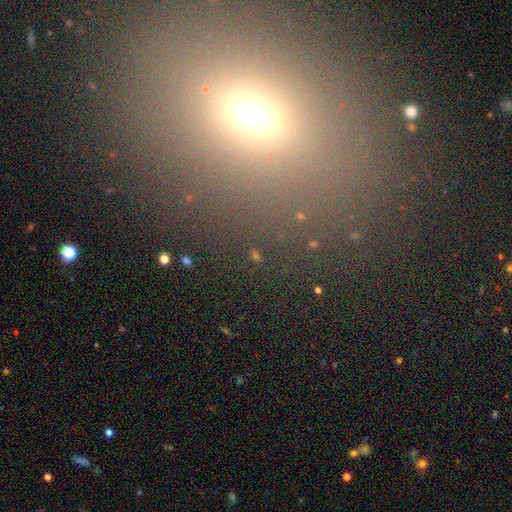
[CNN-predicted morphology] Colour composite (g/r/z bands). It shows a star or artifact, not a galaxy (51%).